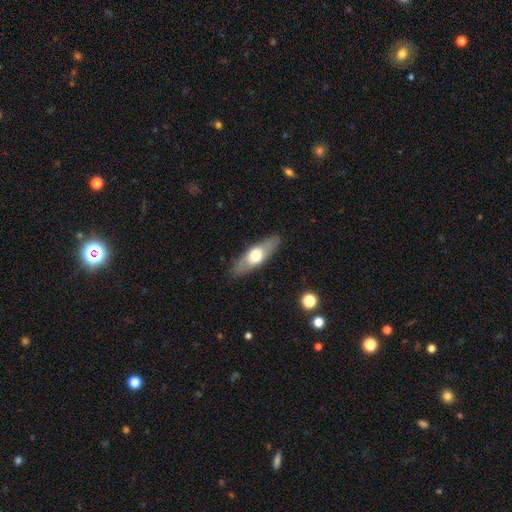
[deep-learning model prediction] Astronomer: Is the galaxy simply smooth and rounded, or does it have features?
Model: smooth — 49% (runner-up: featured or disk, 45%).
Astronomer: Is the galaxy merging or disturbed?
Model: none — 86%.